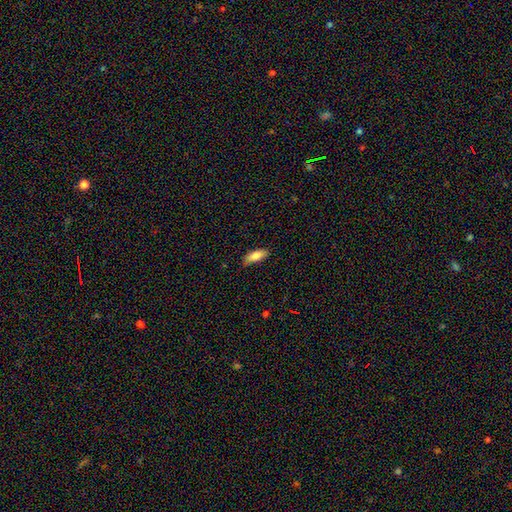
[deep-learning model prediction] A smooth galaxy with no disk features (84%) that is in between round and cigar-shaped (73%).

Vote fractions:
- Smooth or featured? smooth: 84% / featured or disk: 10% / star or artifact: 7%
- How rounded? in between: 73% / cigar-shaped: 25% / round: 2%
- Merging? none: 77% / minor disturbance: 19% / major disturbance: 3% / merger: 1%